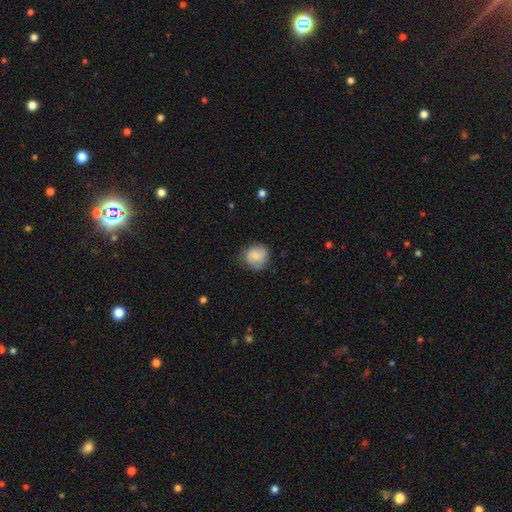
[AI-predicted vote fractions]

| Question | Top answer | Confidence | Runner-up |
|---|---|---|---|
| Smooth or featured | smooth | 79% | featured or disk (14%) |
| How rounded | round | 81% | in between (18%) |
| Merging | none | 69% | minor disturbance (23%) |